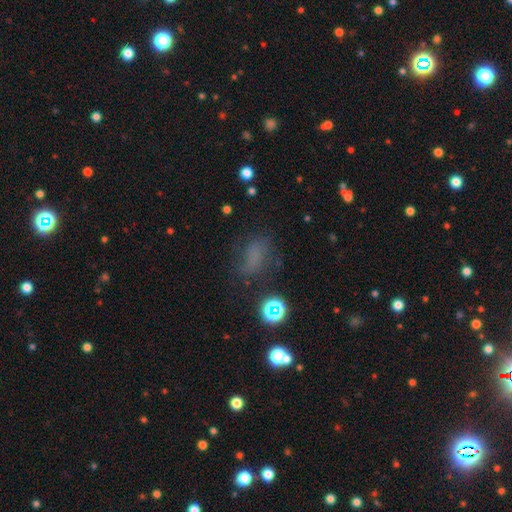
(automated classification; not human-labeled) This is possibly a smooth galaxy (56%). How rounded: likely in between (71%). Merging: possibly none (58%).